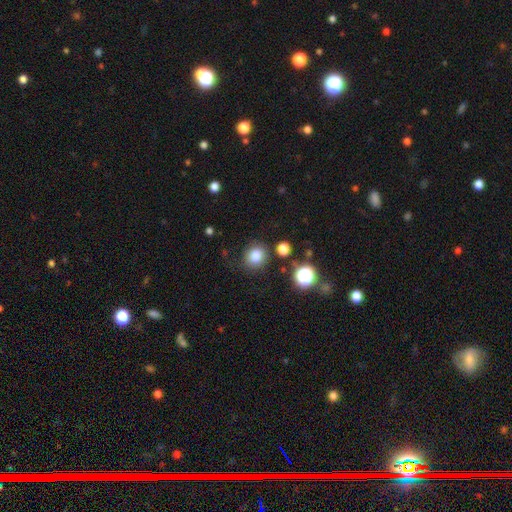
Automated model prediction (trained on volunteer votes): Smooth or featured: smooth — 82% (star or artifact — 13%)
How rounded: round — 83% (in between — 16%)
Merging: none — 80% (minor disturbance — 12%)